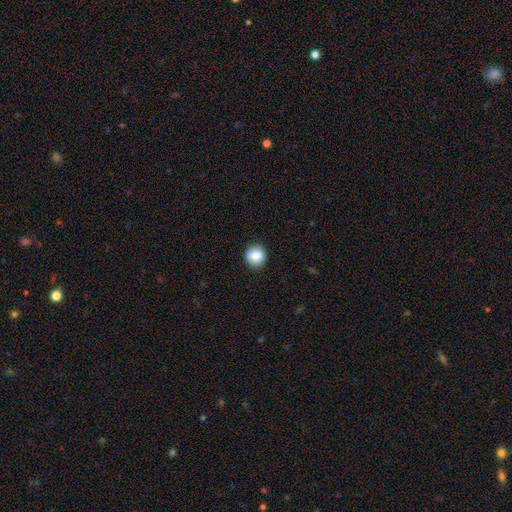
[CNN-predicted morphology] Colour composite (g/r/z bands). It shows a smooth galaxy with no disk features (85%) that is round (88%). Merging: none (89%).